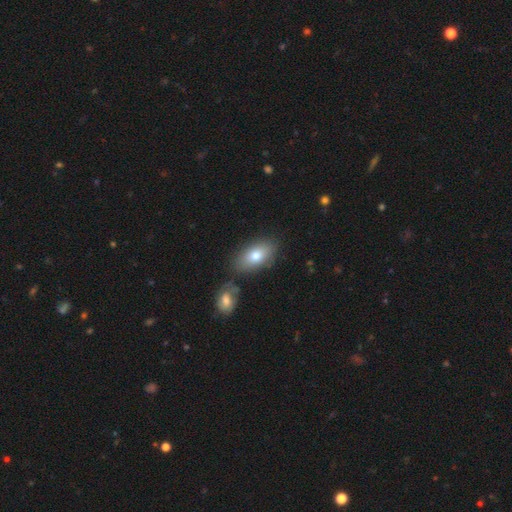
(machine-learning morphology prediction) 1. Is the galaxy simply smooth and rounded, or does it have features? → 76% smooth, 17% featured or disk, 7% star or artifact.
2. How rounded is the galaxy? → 91% in between, 6% round, 3% cigar-shaped.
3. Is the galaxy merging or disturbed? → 74% none, 13% minor disturbance, 10% merger, 4% major disturbance.